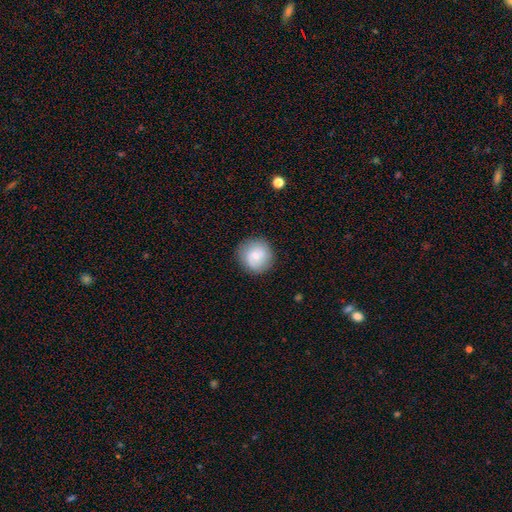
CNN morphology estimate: Overall: smooth (66%; featured or disk 27%). How rounded: round (93%). Merging: none (86%).